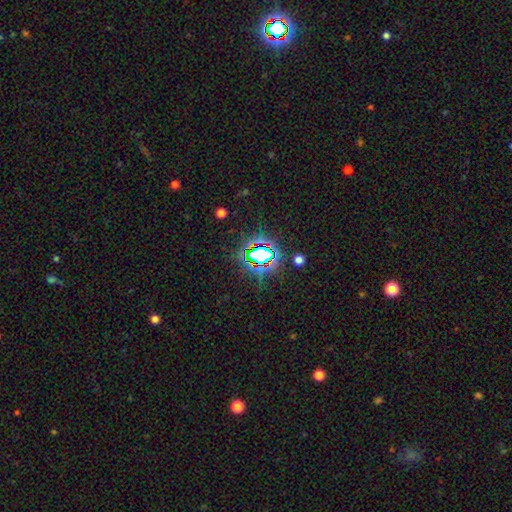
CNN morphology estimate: Smooth or featured? star or artifact (80%)